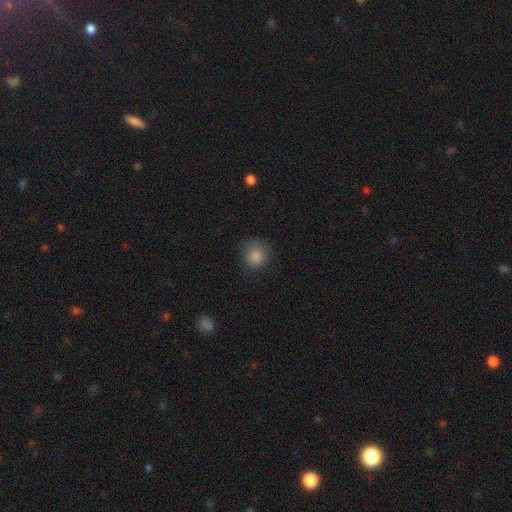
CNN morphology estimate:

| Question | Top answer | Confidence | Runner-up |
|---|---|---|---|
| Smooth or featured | smooth | 85% | star or artifact (10%) |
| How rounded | round | 89% | in between (10%) |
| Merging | none | 78% | minor disturbance (16%) |